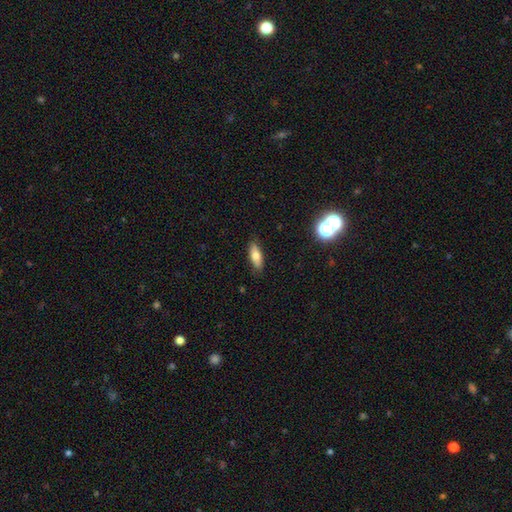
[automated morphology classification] A smooth galaxy with no disk features (73%) that is in between round and cigar-shaped (67%). Merging: none (85%).